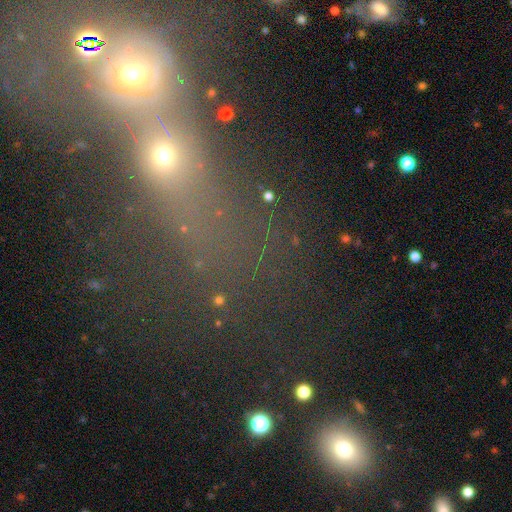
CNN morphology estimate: Q: Smooth or featured?
A: star or artifact (43%); runner-up: smooth (40%)